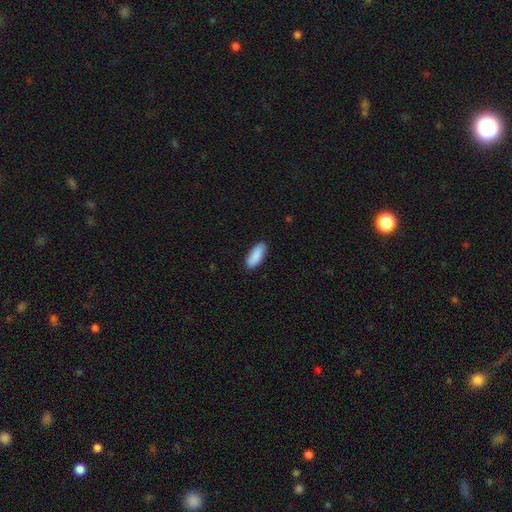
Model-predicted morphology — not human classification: smooth 90%, star or artifact 5%, featured or disk 4%. Down the decision tree: how rounded — in between (79%); merging — none (89%).